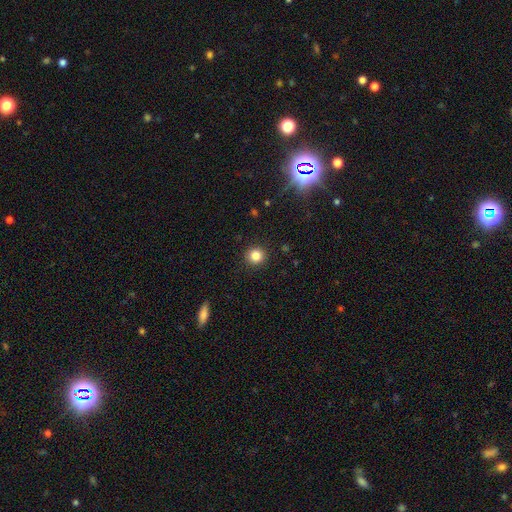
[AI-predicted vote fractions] Smooth or featured? smooth (84%)
How rounded? round (93%)
Merging? none (92%)